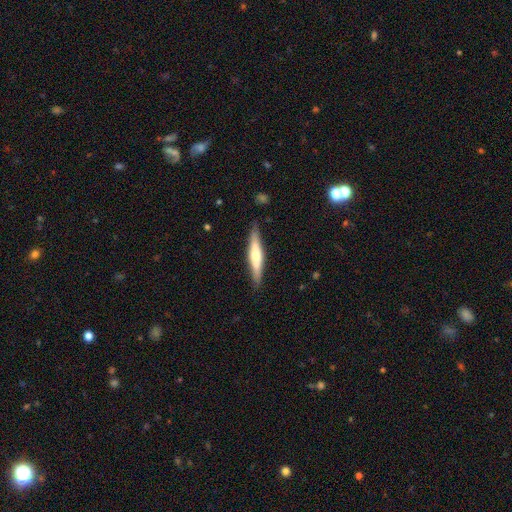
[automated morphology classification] This is possibly a featured or disk galaxy (48%). Merging: clearly none (86%).